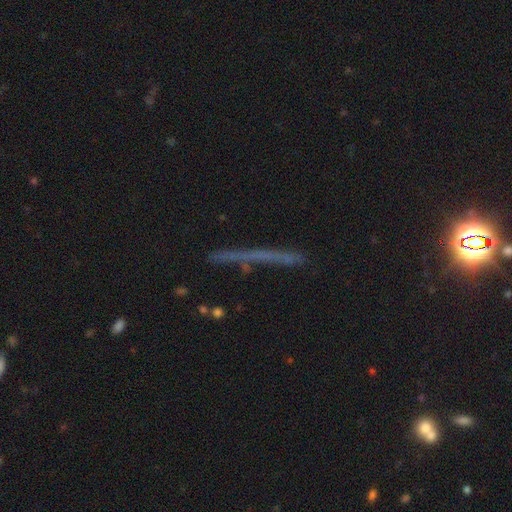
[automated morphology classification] Smooth or featured: featured or disk — 38% (star or artifact — 34%)
Merging: none — 75% (minor disturbance — 13%)